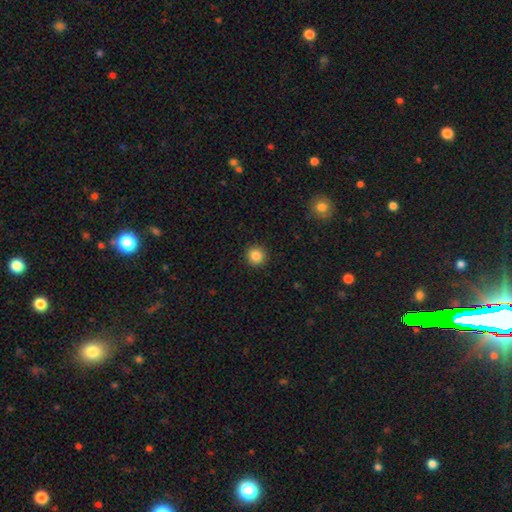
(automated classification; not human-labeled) Q: Smooth or featured?
A: smooth (86%); runner-up: star or artifact (10%)
Q: How rounded?
A: round (94%); runner-up: in between (5%)
Q: Merging?
A: none (93%); runner-up: minor disturbance (5%)